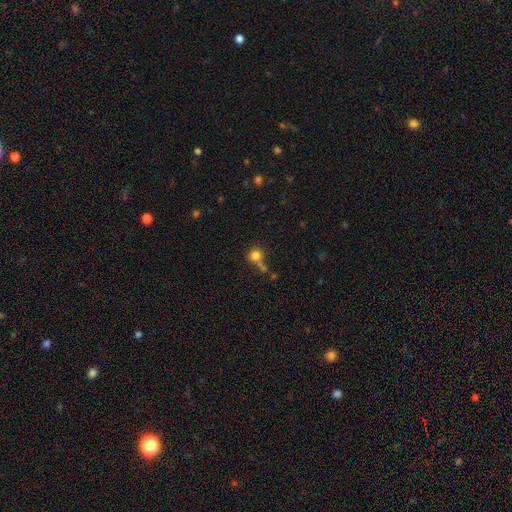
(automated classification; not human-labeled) smooth-or-featured: smooth: 78% | star or artifact: 14% | featured or disk: 8%
  how-rounded: round: 89% | in between: 10% | cigar-shaped: 1%
  merging: none: 54% | merger: 27% | minor disturbance: 12% | major disturbance: 7%